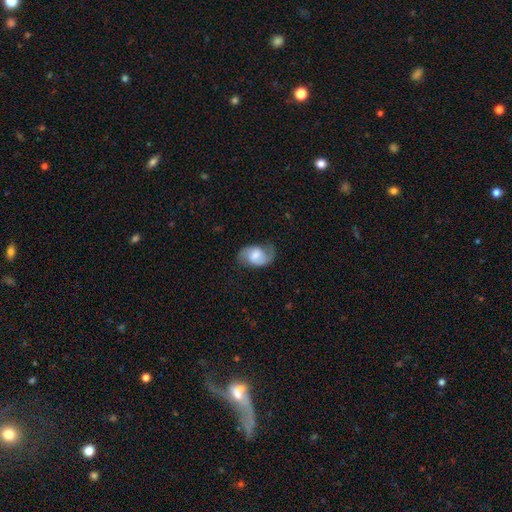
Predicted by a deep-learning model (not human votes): Smooth or featured? featured or disk (61%)
Edge-on disk? no (97%)
Bar? weak (45%)
Spiral arms? yes (91%)
Spiral winding? medium (45%)
Spiral arm count? 2 (86%)
Bulge size? moderate (43%)
Merging? none (69%)